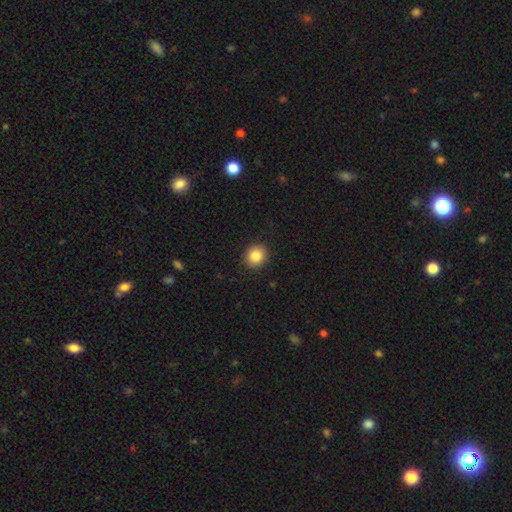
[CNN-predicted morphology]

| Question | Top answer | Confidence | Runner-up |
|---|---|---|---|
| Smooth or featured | smooth | 85% | star or artifact (9%) |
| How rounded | round | 81% | in between (18%) |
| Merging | none | 90% | minor disturbance (7%) |